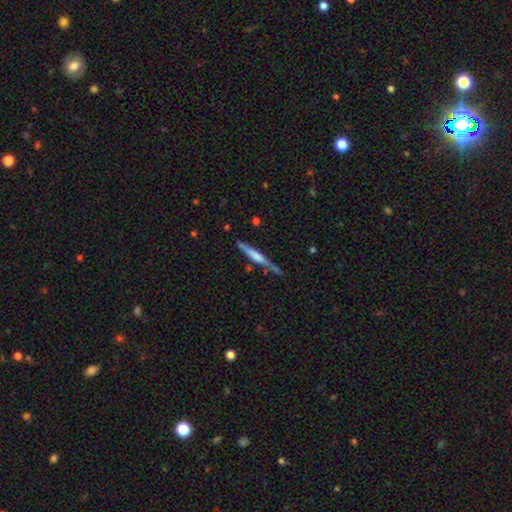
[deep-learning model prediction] This appears to be a featured or disk galaxy (60%) viewed edge-on (97%) with a rounded central bulge (42%). Merging: none (77%).